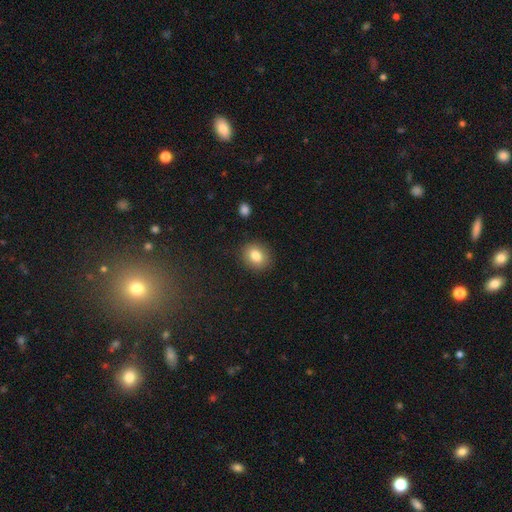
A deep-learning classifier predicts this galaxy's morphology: smooth 82%, star or artifact 10%, featured or disk 9%. Down the decision tree: how rounded — round (60%); merging — none (88%).